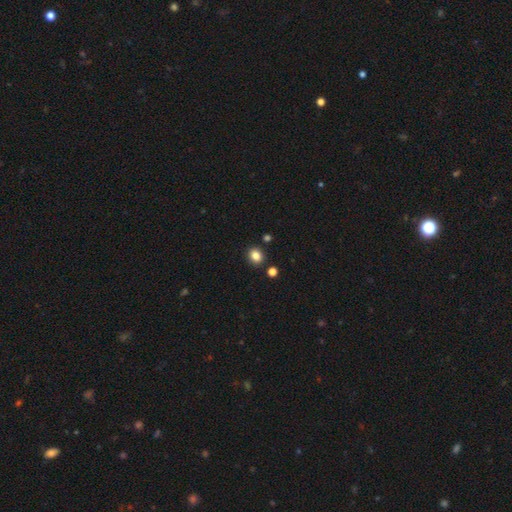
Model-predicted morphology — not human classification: Q: Smooth or featured?
A: smooth (83%); runner-up: star or artifact (12%)
Q: How rounded?
A: round (74%); runner-up: in between (26%)
Q: Merging?
A: none (87%); runner-up: minor disturbance (7%)